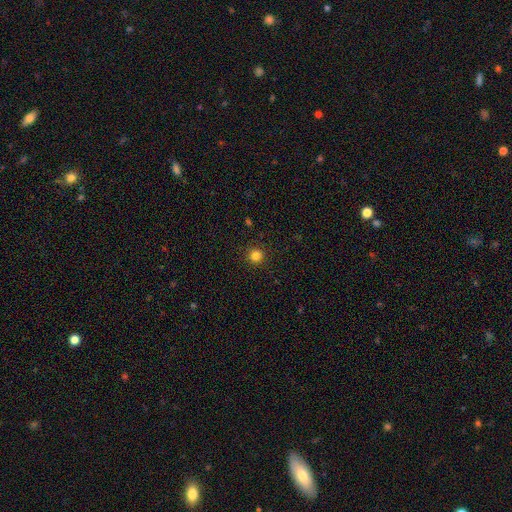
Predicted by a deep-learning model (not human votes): A smooth galaxy with no disk features (82%) that is round (95%). Merging: none (92%).